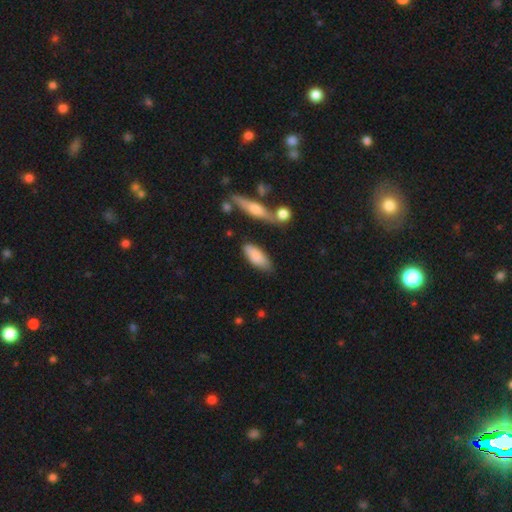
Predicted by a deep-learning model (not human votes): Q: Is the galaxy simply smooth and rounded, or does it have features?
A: smooth — 83%.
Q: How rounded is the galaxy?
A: in between — 78%.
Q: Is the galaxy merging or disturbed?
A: none — 72%.